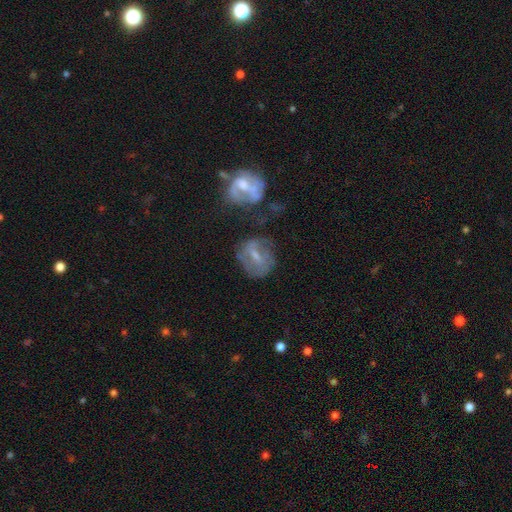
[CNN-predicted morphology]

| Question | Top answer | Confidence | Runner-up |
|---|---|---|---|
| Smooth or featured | featured or disk | 57% | smooth (33%) |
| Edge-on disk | no | 95% | yes (5%) |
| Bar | weak | 49% | no (28%) |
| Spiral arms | yes | 58% | no (42%) |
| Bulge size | small | 48% | moderate (37%) |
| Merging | none | 48% | minor disturbance (22%) |